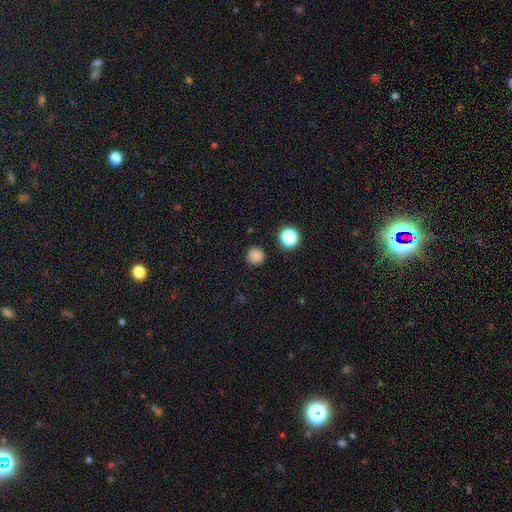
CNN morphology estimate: smooth_or_featured: smooth (p=0.82) [alt: star or artifact p=0.14]
how_rounded: round (p=0.95) [alt: in between p=0.04]
merging: none (p=0.90) [alt: minor disturbance p=0.07]